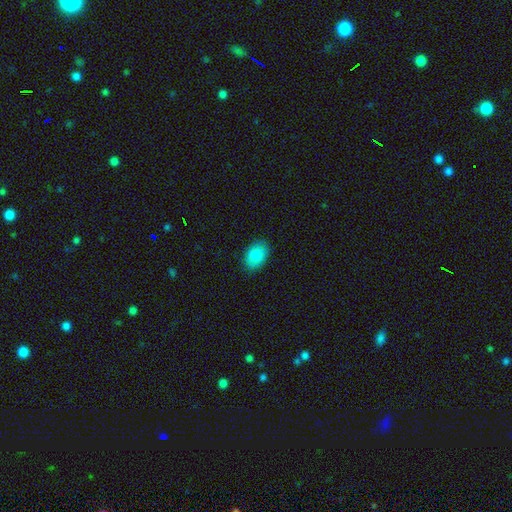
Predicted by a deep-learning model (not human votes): A smooth galaxy with no disk features (84%) that is in between round and cigar-shaped (86%).

Vote fractions:
- Smooth or featured? smooth: 84% / featured or disk: 8% / star or artifact: 7%
- How rounded? in between: 86% / round: 13% / cigar-shaped: 1%
- Merging? none: 87% / minor disturbance: 10% / major disturbance: 2% / merger: 1%